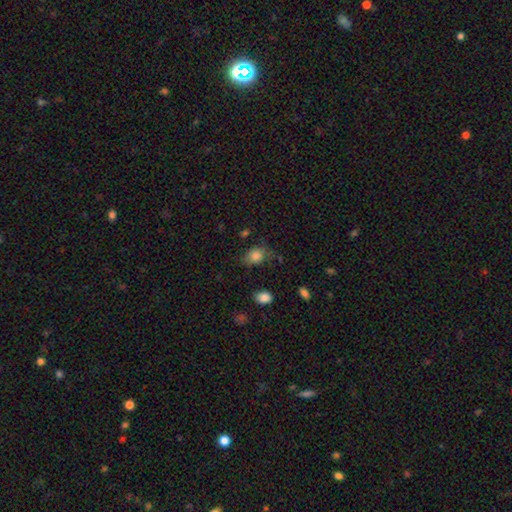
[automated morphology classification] Smooth or featured?
  - smooth: 83% *
  - star or artifact: 10%
  - featured or disk: 8%
How rounded?
  - in between: 59% *
  - round: 40%
  - cigar-shaped: 1%
Merging?
  - none: 62% *
  - minor disturbance: 26%
  - major disturbance: 9%
  - merger: 3%